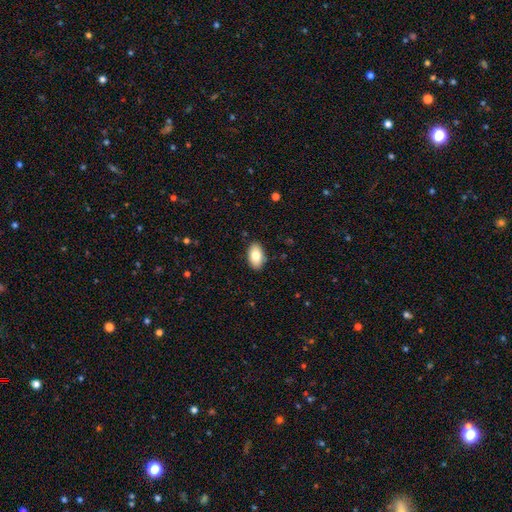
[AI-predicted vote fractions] The model was most divided on "smooth or featured": smooth: 82%, featured or disk: 11%, star or artifact: 7%. More confident: how rounded — in between (93%); merging — none (88%).